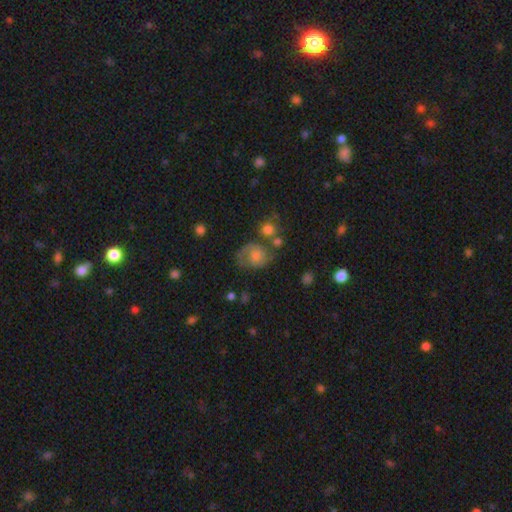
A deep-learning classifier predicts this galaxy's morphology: smooth_or_featured: featured or disk (p=0.49) [alt: smooth p=0.40]
merging: none (p=0.45) [alt: minor disturbance p=0.24]